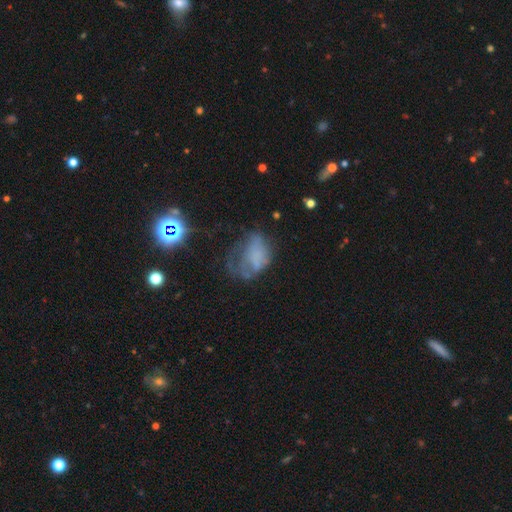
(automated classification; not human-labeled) Overall: smooth (43%; featured or disk 36%). Merging: major disturbance (44%; none 27%).